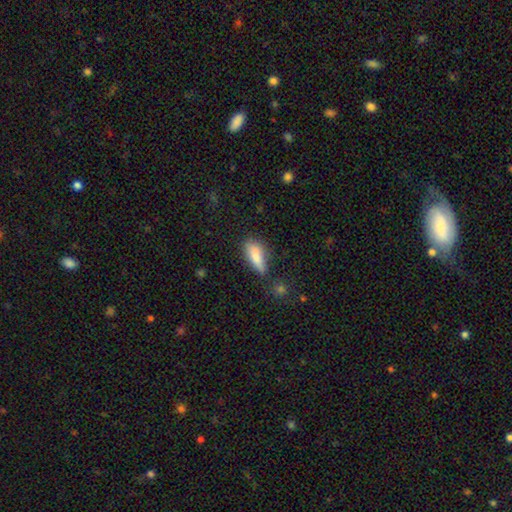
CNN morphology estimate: This is clearly a smooth galaxy (81%). How rounded: likely in between (63%). Merging: possibly none (60%).